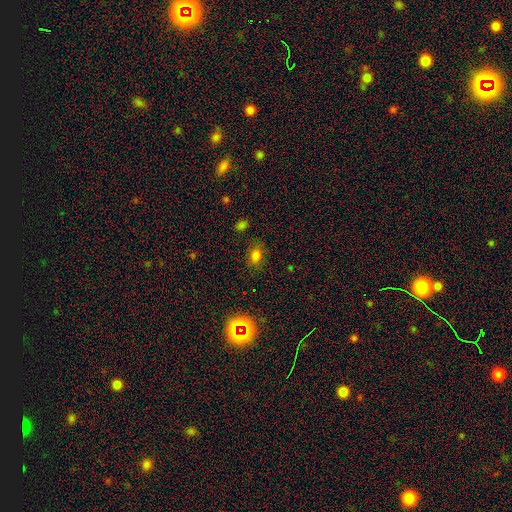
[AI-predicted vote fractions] smooth 72%, star or artifact 22%, featured or disk 6%. Down the decision tree: how rounded — in between (67%); merging — none (78%).